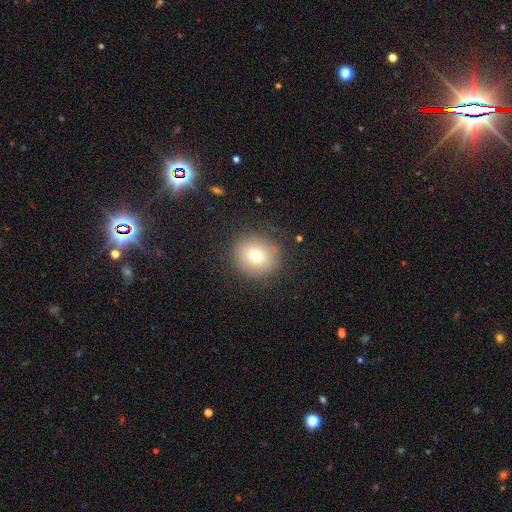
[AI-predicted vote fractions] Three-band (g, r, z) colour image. It shows a smooth galaxy with no disk features (72%) that is round (88%). Merging: none (87%).